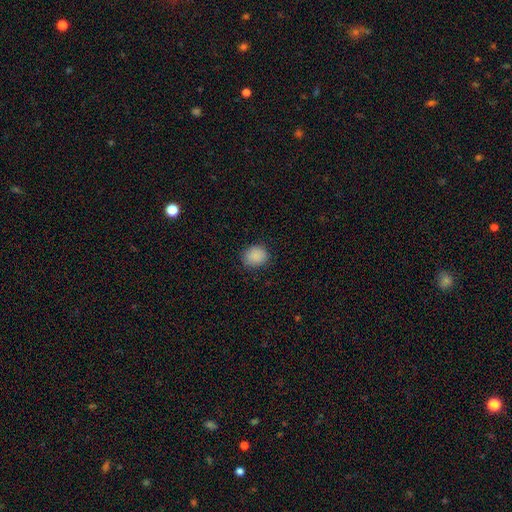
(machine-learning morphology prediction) Overall: smooth (88%). How rounded: round (66%; in between 34%). Merging: none (83%).